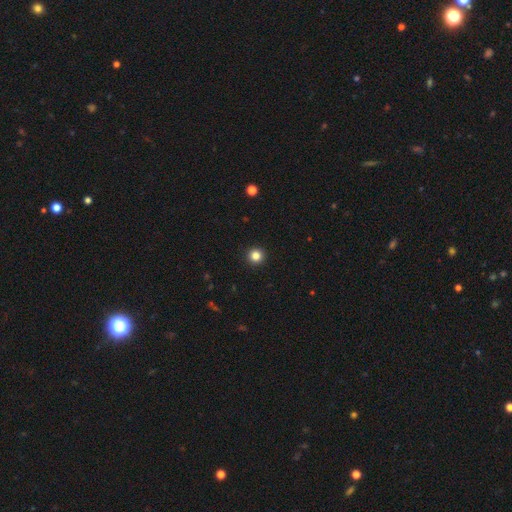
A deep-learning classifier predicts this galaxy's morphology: Q: Smooth or featured?
A: smooth (84%); runner-up: star or artifact (12%)
Q: How rounded?
A: round (96%); runner-up: in between (3%)
Q: Merging?
A: none (94%); runner-up: minor disturbance (4%)